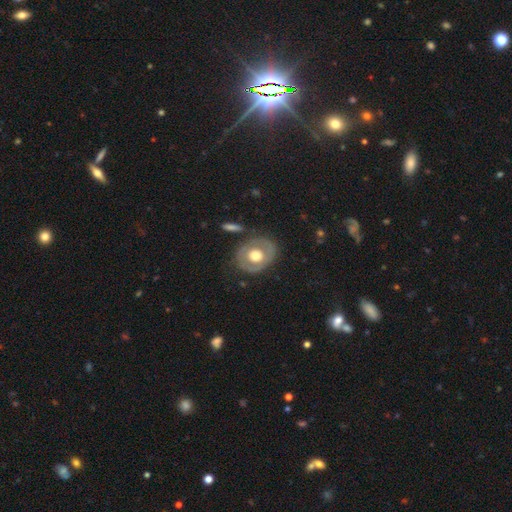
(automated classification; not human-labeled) This is possibly a featured or disk galaxy (53%). It is clearly not viewed edge-on (94%). Merging: likely none (75%).